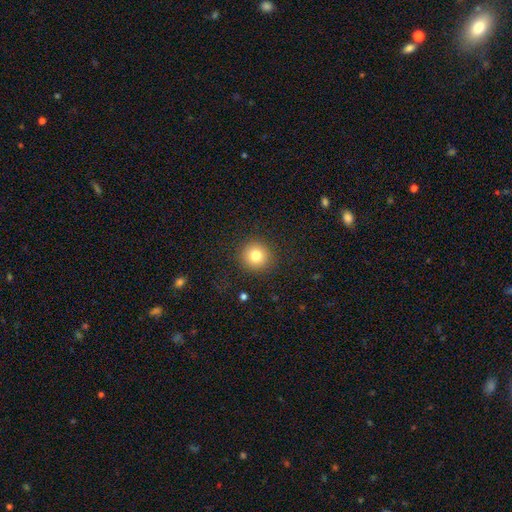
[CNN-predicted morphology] Smooth or featured? Predicted: smooth (p=0.81). How rounded? Predicted: round (p=0.94). Merging? Predicted: none (p=0.91).